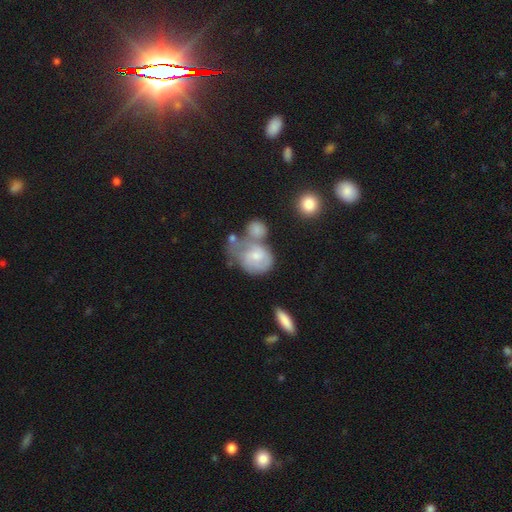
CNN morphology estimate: Smooth or featured? smooth (50%)
Merging? merger (39%)